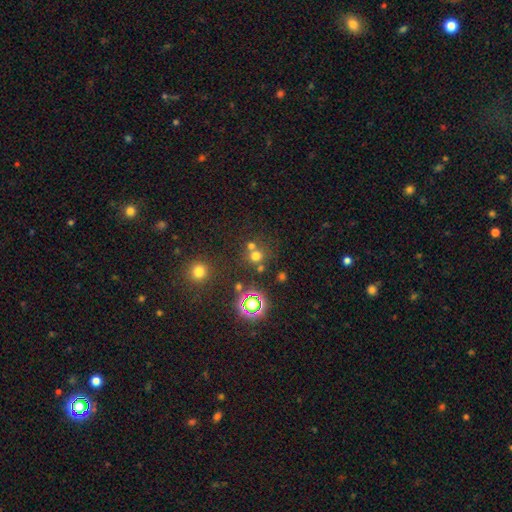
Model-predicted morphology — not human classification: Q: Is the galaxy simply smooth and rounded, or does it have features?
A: smooth — 62%.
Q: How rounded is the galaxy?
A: round — 89%.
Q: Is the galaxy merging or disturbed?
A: none — 60%.